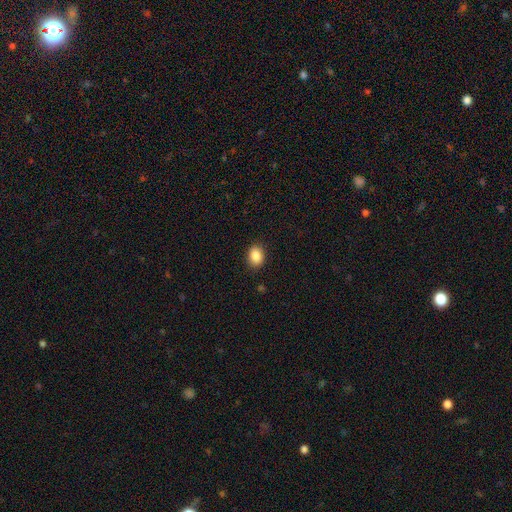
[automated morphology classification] Q: Smooth or featured?
A: smooth (87%); runner-up: star or artifact (8%)
Q: How rounded?
A: in between (64%); runner-up: round (35%)
Q: Merging?
A: none (89%); runner-up: minor disturbance (8%)